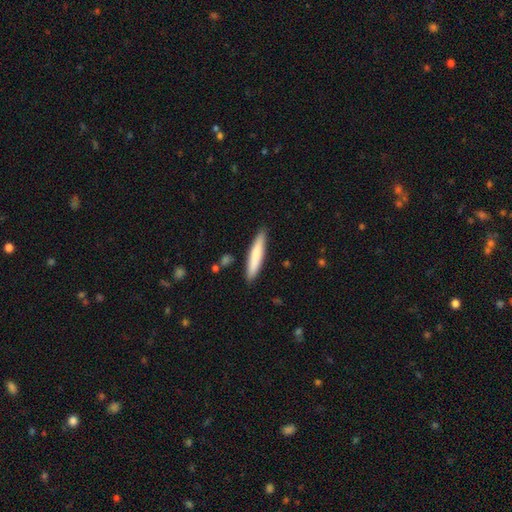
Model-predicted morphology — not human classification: smooth_or_featured: smooth (p=0.76) [alt: featured or disk p=0.19]
how_rounded: cigar-shaped (p=0.91) [alt: in between p=0.08]
merging: none (p=0.89) [alt: minor disturbance p=0.08]